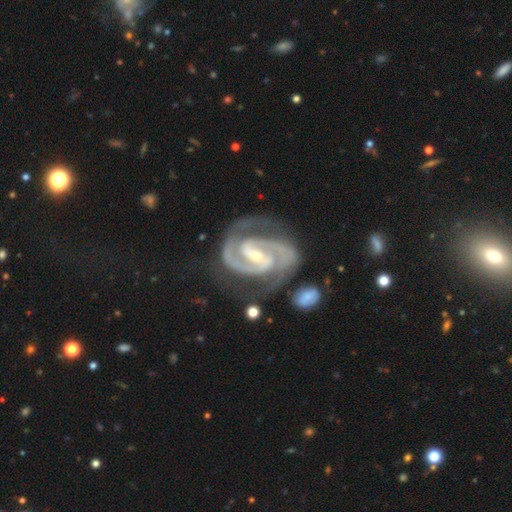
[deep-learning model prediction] featured or disk 94%, star or artifact 4%, smooth 2%. Down the decision tree: edge-on disk — no (98%); bar — strong (47%); spiral arms — yes (99%); spiral arm count — 2 (90%); spiral winding — tight (50%); bulge size — small (65%); merging — none (70%).